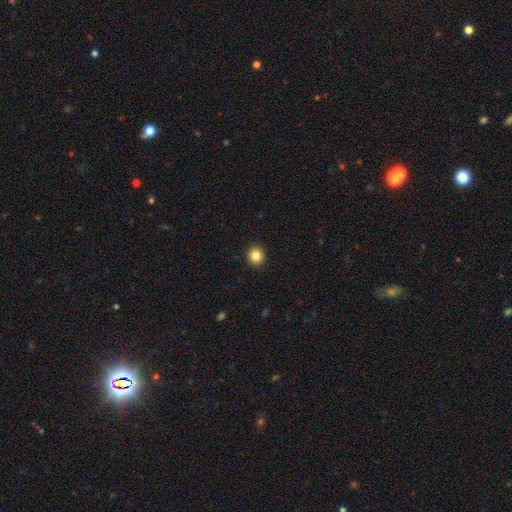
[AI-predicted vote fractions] A smooth galaxy with no disk features (85%) that is round (86%). Merging: none (92%).